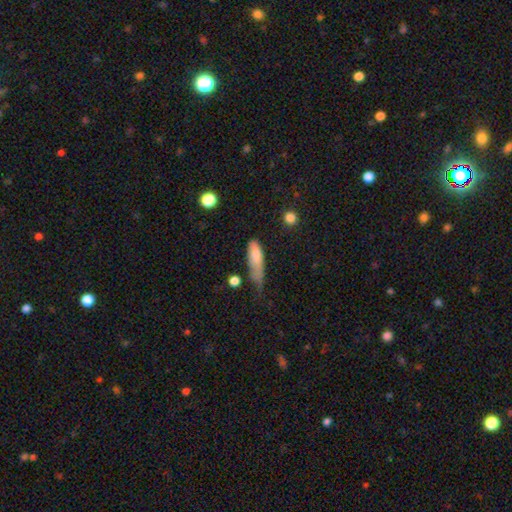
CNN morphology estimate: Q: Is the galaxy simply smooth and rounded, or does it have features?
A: smooth — 75%.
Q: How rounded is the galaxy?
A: in between — 56%.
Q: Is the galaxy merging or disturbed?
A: minor disturbance — 40%.